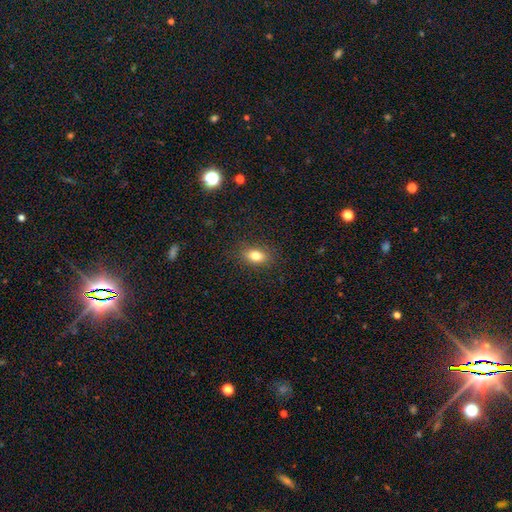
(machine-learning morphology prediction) The model was most divided on "how rounded": in between: 78%, round: 19%, cigar-shaped: 3%. More confident: merging — none (86%); smooth or featured — smooth (80%).